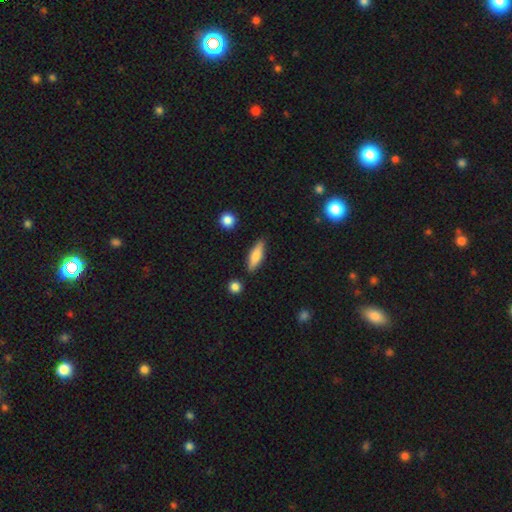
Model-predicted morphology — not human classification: type=smooth (73%); roundness=cigar-shaped (57%); merging=none (85%).